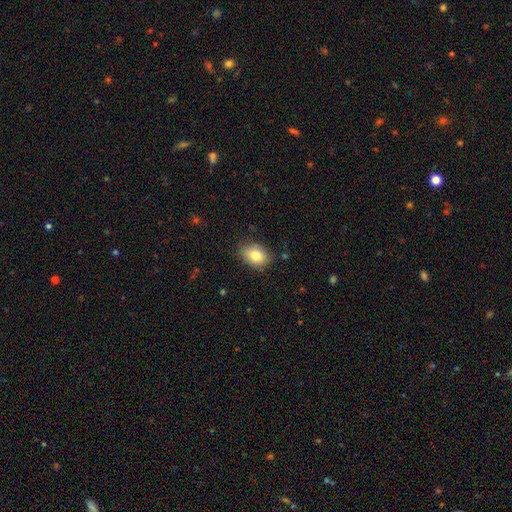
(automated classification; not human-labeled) Q: Smooth or featured?
A: smooth (81%); runner-up: featured or disk (11%)
Q: How rounded?
A: in between (74%); runner-up: round (25%)
Q: Merging?
A: none (80%); runner-up: minor disturbance (15%)